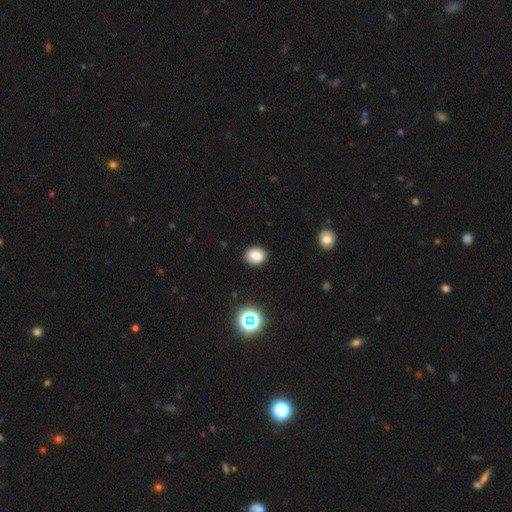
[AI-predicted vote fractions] Morphology: type=smooth (83%); roundness=in between (51%); merging=none (86%).